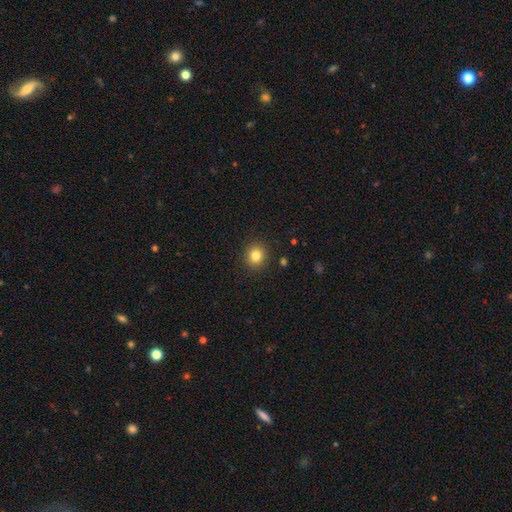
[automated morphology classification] Q: Smooth or featured?
A: smooth (83%); runner-up: star or artifact (11%)
Q: How rounded?
A: round (79%); runner-up: in between (20%)
Q: Merging?
A: none (90%); runner-up: minor disturbance (7%)